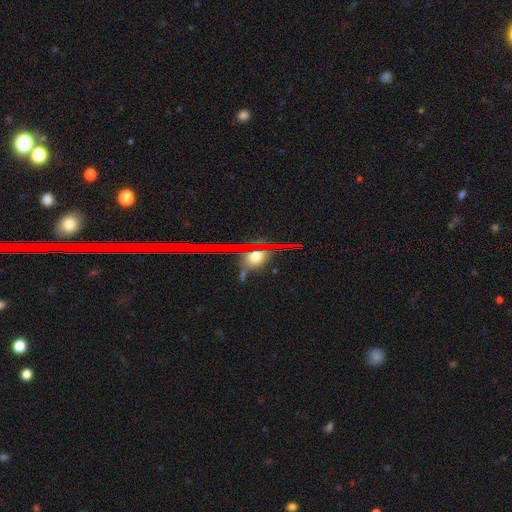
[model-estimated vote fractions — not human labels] A smooth galaxy with no disk features (42%).

Vote fractions:
- Smooth or featured? smooth: 42% / star or artifact: 41% / featured or disk: 17%
- Merging? none: 75% / minor disturbance: 12% / merger: 6% / major disturbance: 6%